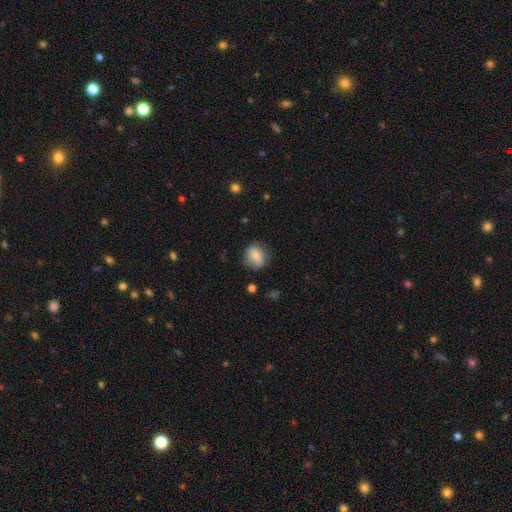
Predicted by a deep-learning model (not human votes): Q: Smooth or featured?
A: smooth (76%); runner-up: featured or disk (15%)
Q: How rounded?
A: round (61%); runner-up: in between (38%)
Q: Merging?
A: none (73%); runner-up: minor disturbance (20%)